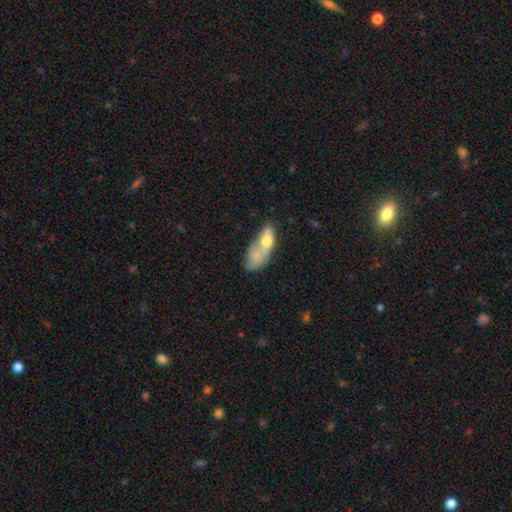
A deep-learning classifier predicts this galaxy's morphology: Overall: smooth (67%). How rounded: in between (82%). Merging: merger (63%).